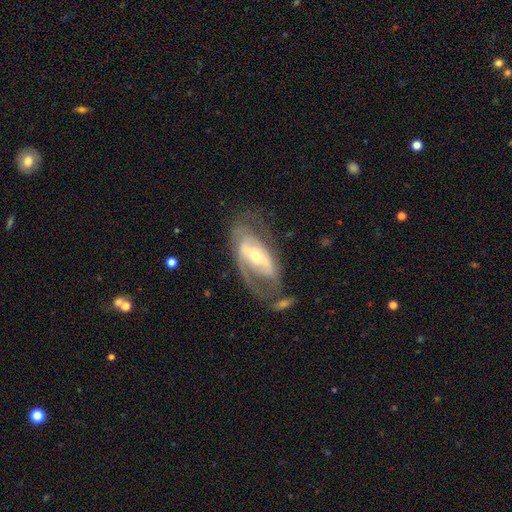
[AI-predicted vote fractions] Morphology: type=featured or disk (79%); edge-on=no (92%); bar=strong (39%); spiral arms=yes (75%); winding=medium (42%); arm count=2 (57%); bulge=moderate (47%, tied with small); merging=none (47%).